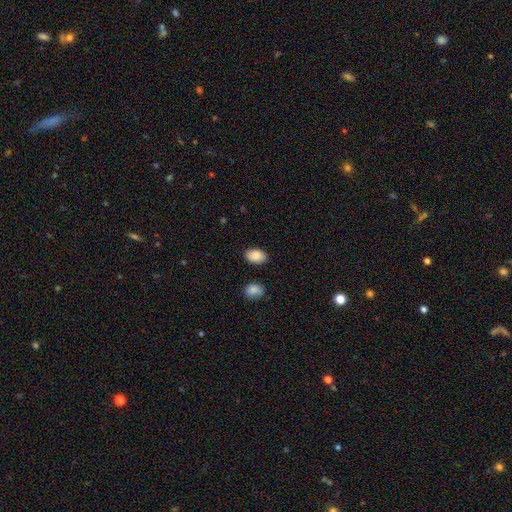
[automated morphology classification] A smooth galaxy with no disk features (88%) that is in between round and cigar-shaped (91%).

Vote fractions:
- Smooth or featured? smooth: 88% / star or artifact: 7% / featured or disk: 5%
- How rounded? in between: 91% / round: 8% / cigar-shaped: 1%
- Merging? none: 85% / minor disturbance: 10% / merger: 3% / major disturbance: 2%